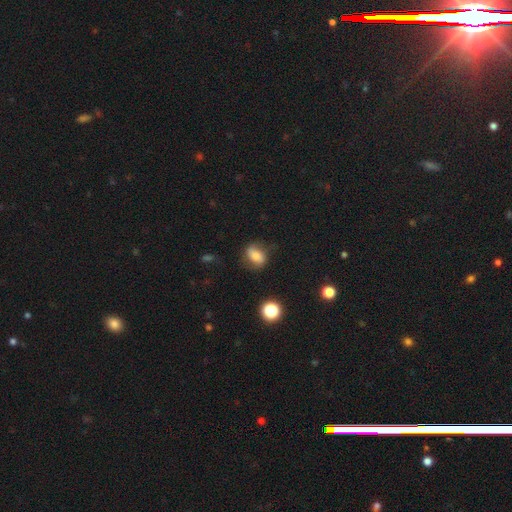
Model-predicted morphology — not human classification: type=smooth (66%); roundness=in between (74%); merging=none (66%).